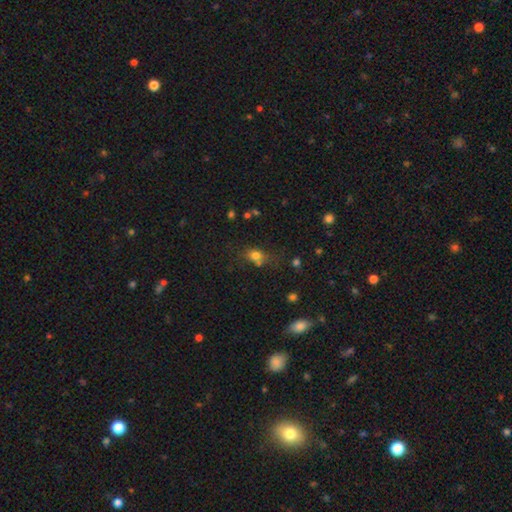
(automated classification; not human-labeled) Smooth or featured? smooth (73%)
How rounded? in between (51%)
Merging? none (48%)